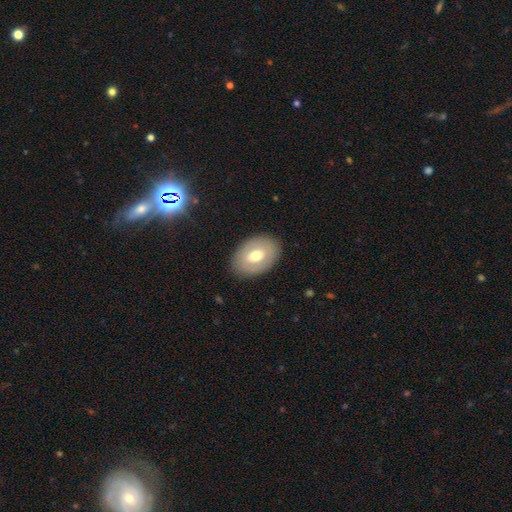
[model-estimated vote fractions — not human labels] A smooth galaxy with no disk features (57%) that is in between round and cigar-shaped (80%).

Vote fractions:
- Smooth or featured? smooth: 57% / featured or disk: 36% / star or artifact: 6%
- How rounded? in between: 80% / round: 19% / cigar-shaped: 1%
- Merging? none: 86% / minor disturbance: 10% / major disturbance: 3% / merger: 1%